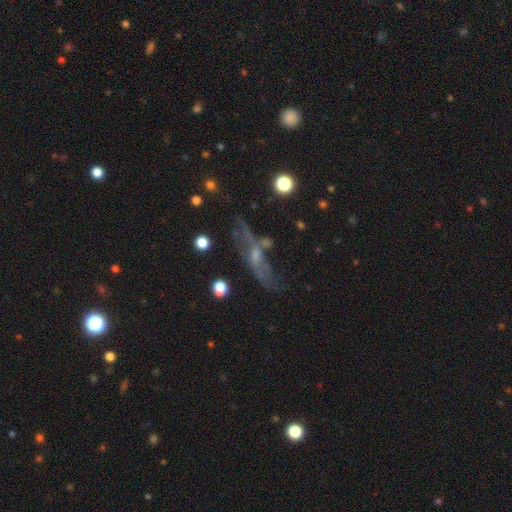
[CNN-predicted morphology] A featured or disk galaxy (58%).

Vote fractions:
- Smooth or featured? featured or disk: 58% / smooth: 26% / star or artifact: 16%
- Edge-on disk? no: 51% / yes: 49%
- Merging? none: 49% / minor disturbance: 21% / major disturbance: 18% / merger: 12%